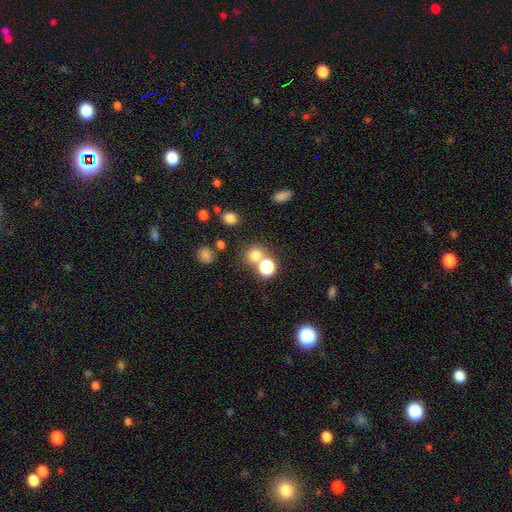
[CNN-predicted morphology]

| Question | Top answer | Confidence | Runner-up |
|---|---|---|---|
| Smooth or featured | smooth | 72% | star or artifact (21%) |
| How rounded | round | 85% | in between (14%) |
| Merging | none | 59% | merger (30%) |